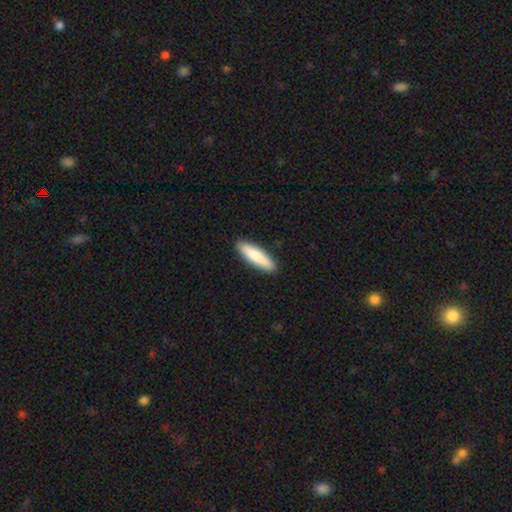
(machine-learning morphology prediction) Overall: smooth (82%). How rounded: cigar-shaped (70%). Merging: none (90%).